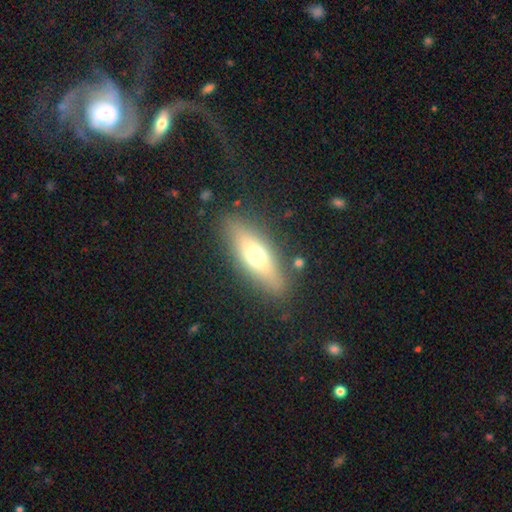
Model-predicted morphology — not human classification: smooth-or-featured: smooth: 54% | featured or disk: 38% | star or artifact: 8%
  how-rounded: cigar-shaped: 50% | in between: 47% | round: 3%
  merging: none: 84% | minor disturbance: 10% | major disturbance: 3% | merger: 2%